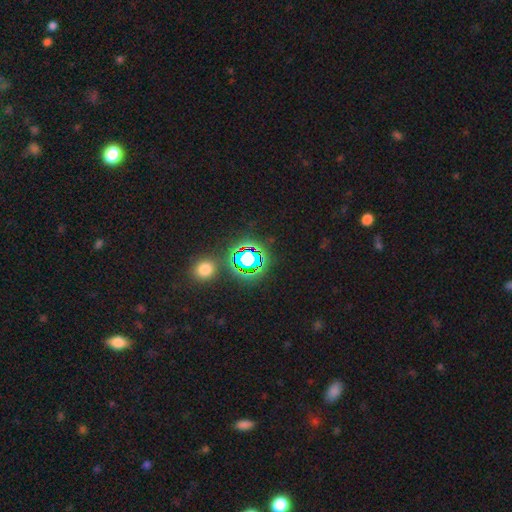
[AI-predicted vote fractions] Overall: star or artifact (73%).